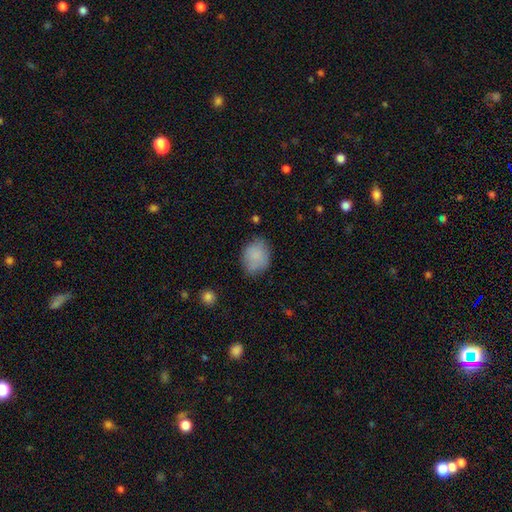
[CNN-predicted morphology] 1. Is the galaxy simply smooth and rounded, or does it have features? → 85% smooth, 8% star or artifact, 7% featured or disk.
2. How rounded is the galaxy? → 50% in between, 49% round, 1% cigar-shaped.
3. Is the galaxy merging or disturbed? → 68% none, 24% minor disturbance, 6% major disturbance, 2% merger.